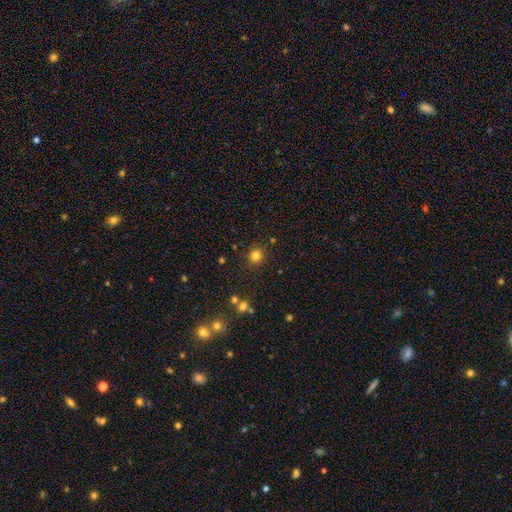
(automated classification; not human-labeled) smooth-or-featured: smooth: 81% | star or artifact: 15% | featured or disk: 5%
  how-rounded: round: 93% | in between: 7% | cigar-shaped: 1%
  merging: none: 88% | minor disturbance: 6% | merger: 3% | major disturbance: 2%